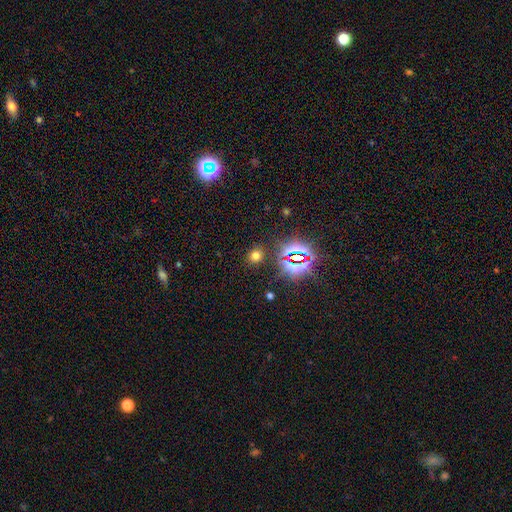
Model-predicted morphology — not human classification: A smooth galaxy with no disk features (64%) that is round (77%).

Vote fractions:
- Smooth or featured? smooth: 64% / star or artifact: 29% / featured or disk: 7%
- How rounded? round: 77% / in between: 22% / cigar-shaped: 1%
- Merging? none: 87% / minor disturbance: 7% / major disturbance: 3% / merger: 3%